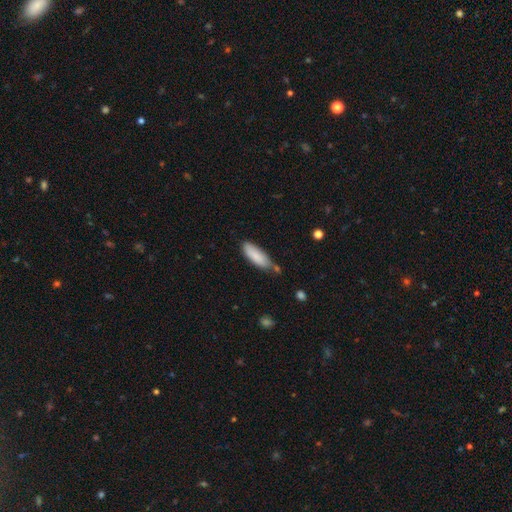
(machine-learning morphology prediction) A smooth galaxy with no disk features (86%) that is in between round and cigar-shaped (59%).

Vote fractions:
- Smooth or featured? smooth: 86% / featured or disk: 8% / star or artifact: 6%
- How rounded? in between: 59% / cigar-shaped: 39% / round: 1%
- Merging? none: 58% / minor disturbance: 27% / merger: 9% / major disturbance: 5%